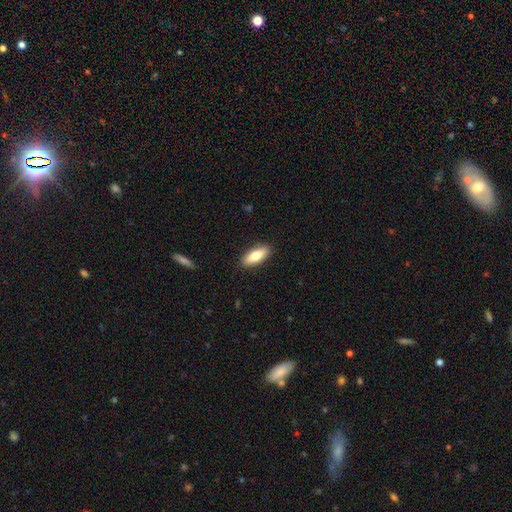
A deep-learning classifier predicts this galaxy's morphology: This appears to be a smooth galaxy with no disk features (73%) that is in between round and cigar-shaped (70%). Merging: none (89%).